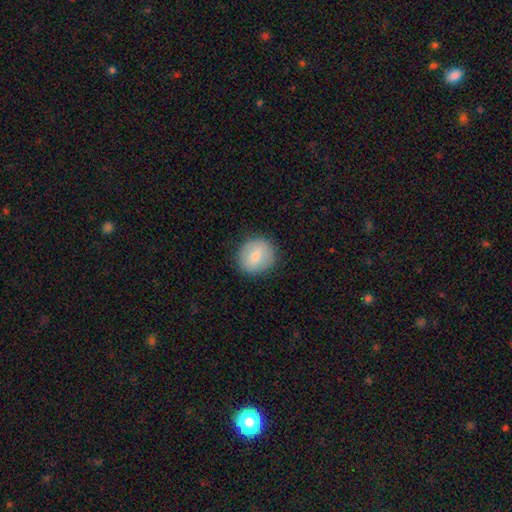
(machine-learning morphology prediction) Smooth or featured?
  - smooth: 75% *
  - featured or disk: 17%
  - star or artifact: 8%
How rounded?
  - round: 85% *
  - in between: 14%
  - cigar-shaped: 1%
Merging?
  - none: 87% *
  - minor disturbance: 10%
  - major disturbance: 3%
  - merger: 1%